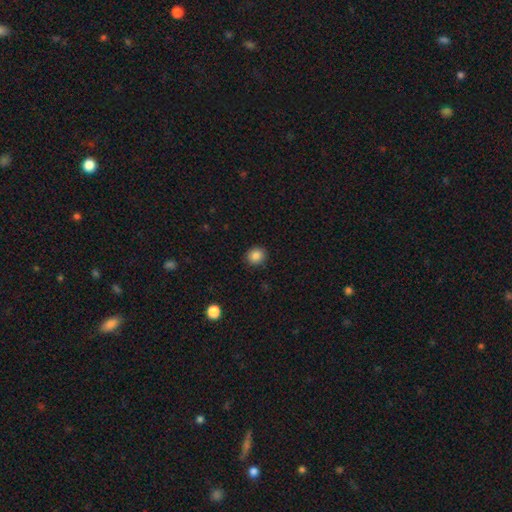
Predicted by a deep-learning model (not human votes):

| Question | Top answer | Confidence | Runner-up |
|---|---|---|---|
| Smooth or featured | smooth | 86% | star or artifact (10%) |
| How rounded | round | 83% | in between (16%) |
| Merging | none | 91% | minor disturbance (6%) |